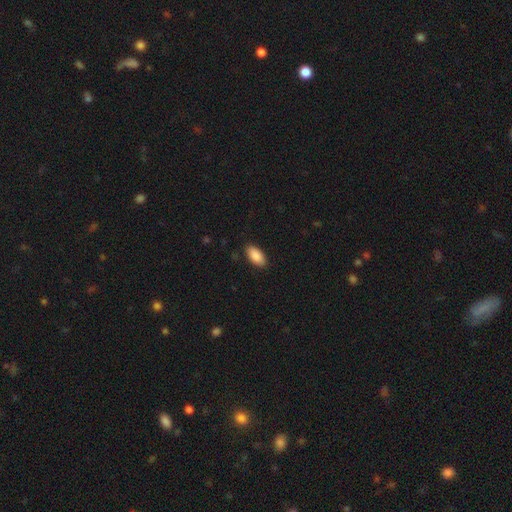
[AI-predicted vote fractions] This is clearly a smooth galaxy (90%). How rounded: clearly in between (94%). Merging: clearly none (88%).